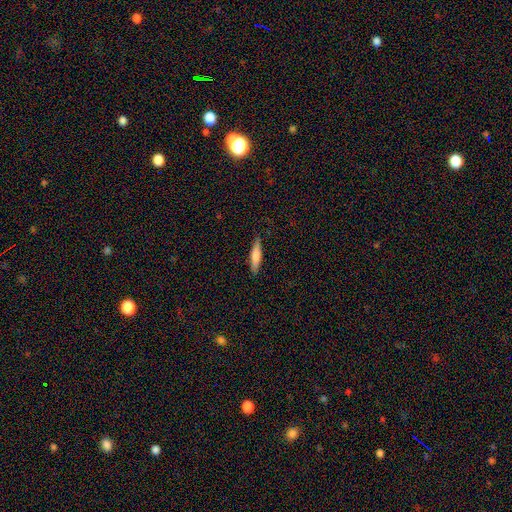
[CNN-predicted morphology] The model was most divided on "smooth or featured": smooth: 65%, featured or disk: 30%, star or artifact: 6%. More confident: merging — none (88%); how rounded — cigar-shaped (83%).